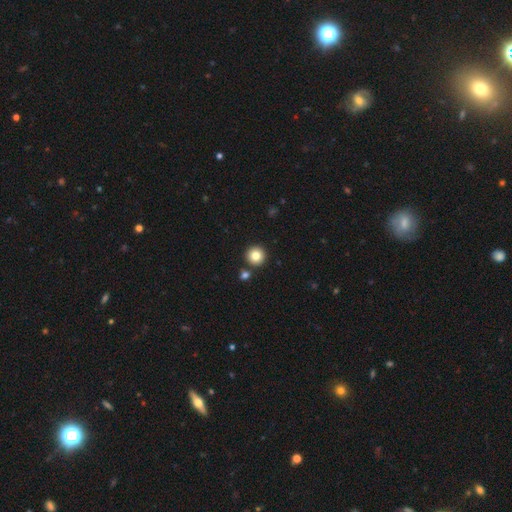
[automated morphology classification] smooth 83%, star or artifact 11%, featured or disk 7%. Down the decision tree: how rounded — round (95%); merging — none (87%).